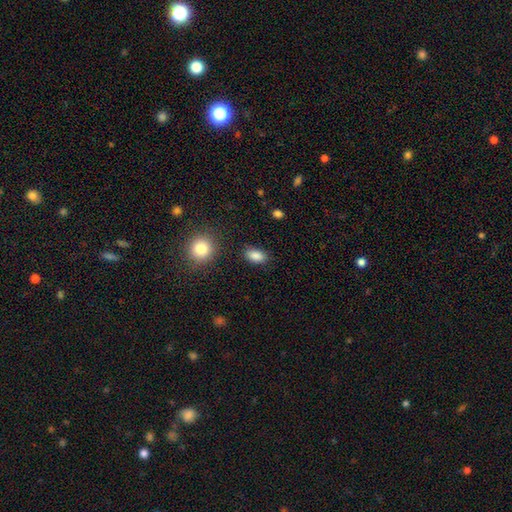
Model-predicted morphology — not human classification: smooth_or_featured: smooth (p=0.87) [alt: star or artifact p=0.09]
how_rounded: in between (p=0.90) [alt: round p=0.07]
merging: none (p=0.85) [alt: minor disturbance p=0.10]